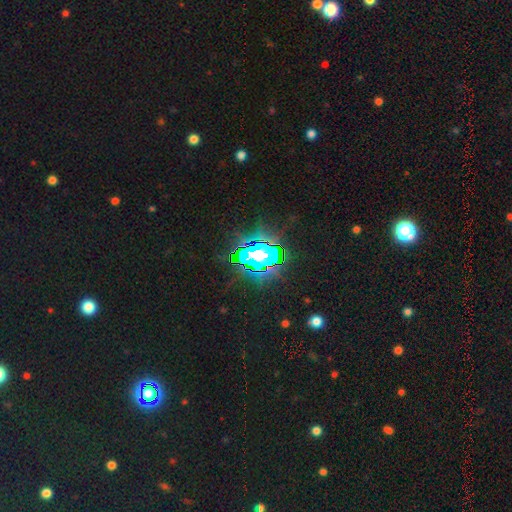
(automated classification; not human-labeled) Smooth or featured? star or artifact (71%)